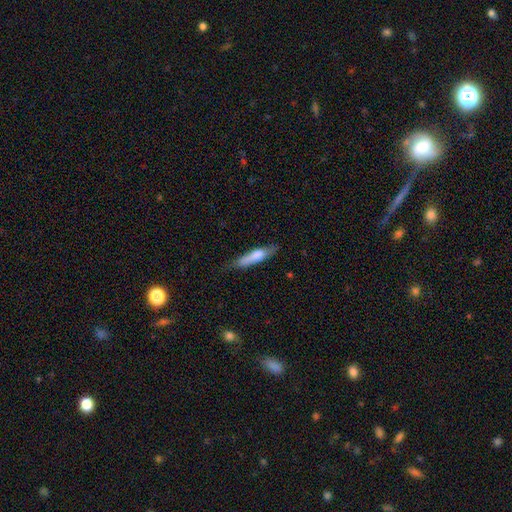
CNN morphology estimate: Smooth or featured? smooth (69%)
How rounded? cigar-shaped (80%)
Merging? none (66%)